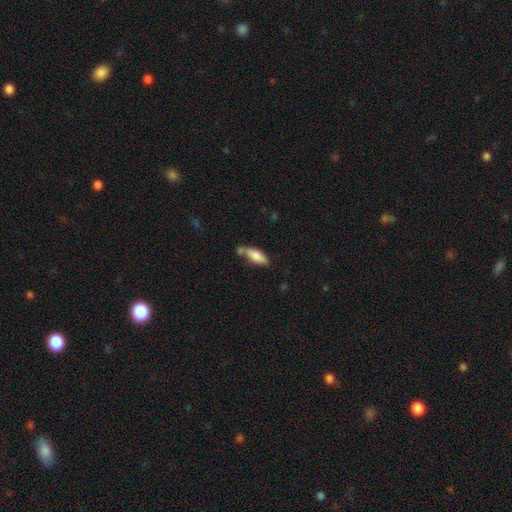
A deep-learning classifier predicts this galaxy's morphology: Smooth or featured?
  - smooth: 76% *
  - featured or disk: 17%
  - star or artifact: 7%
How rounded?
  - in between: 66% *
  - cigar-shaped: 31%
  - round: 2%
Merging?
  - none: 50% *
  - minor disturbance: 23%
  - merger: 20%
  - major disturbance: 7%